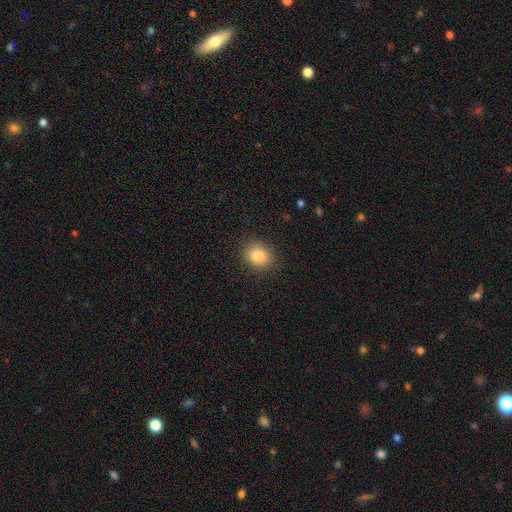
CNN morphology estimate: This appears to be a smooth galaxy with no disk features (85%) that is round (53%). Merging: none (88%).